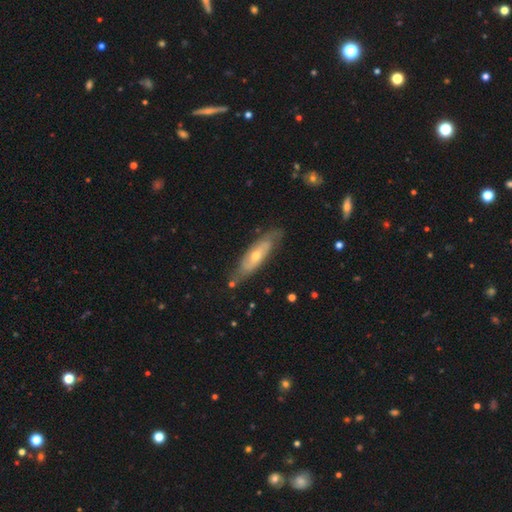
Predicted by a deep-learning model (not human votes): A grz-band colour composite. It shows a featured or disk galaxy (61%). Merging: none (75%).